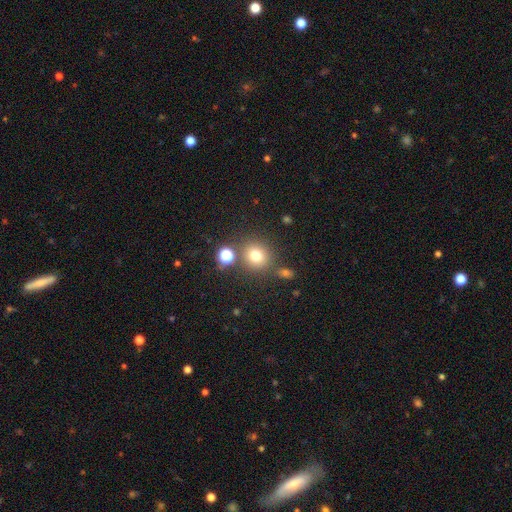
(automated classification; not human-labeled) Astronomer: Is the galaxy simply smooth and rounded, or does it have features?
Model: smooth — 75%.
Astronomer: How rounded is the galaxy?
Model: round — 88%.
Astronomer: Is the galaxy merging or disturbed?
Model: none — 78%.